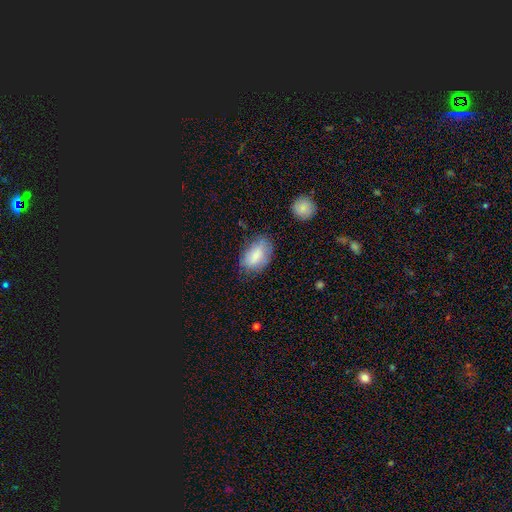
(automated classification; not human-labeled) smooth-or-featured: smooth: 80% | featured or disk: 14% | star or artifact: 7%
  how-rounded: in between: 91% | round: 7% | cigar-shaped: 2%
  merging: none: 62% | minor disturbance: 27% | major disturbance: 8% | merger: 2%